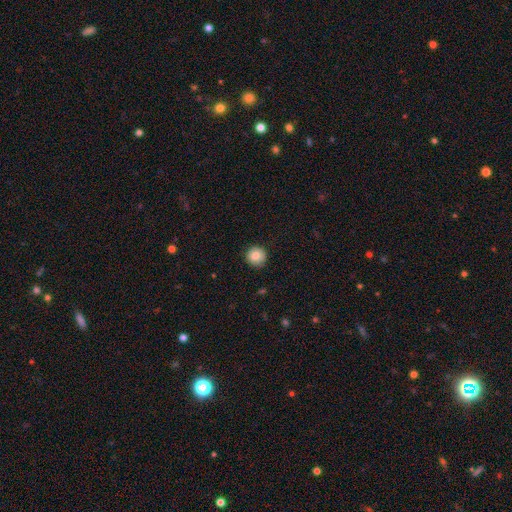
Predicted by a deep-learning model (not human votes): smooth-or-featured: smooth: 82% | featured or disk: 9% | star or artifact: 9%
  how-rounded: round: 94% | in between: 5% | cigar-shaped: 1%
  merging: none: 89% | minor disturbance: 8% | major disturbance: 2% | merger: 1%